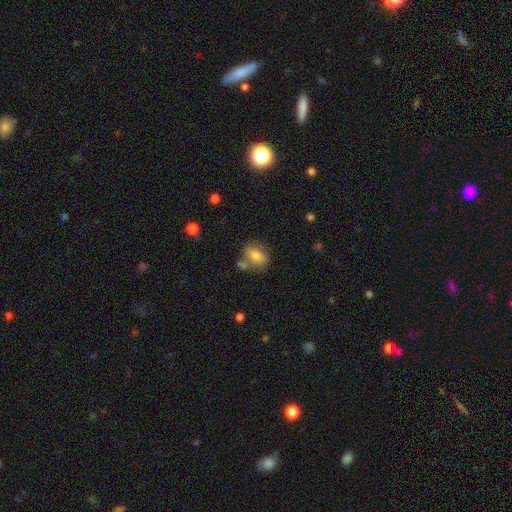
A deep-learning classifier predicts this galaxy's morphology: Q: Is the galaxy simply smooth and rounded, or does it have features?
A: smooth — 78%.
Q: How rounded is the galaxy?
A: in between — 64%.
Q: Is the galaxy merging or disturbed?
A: none — 65%.